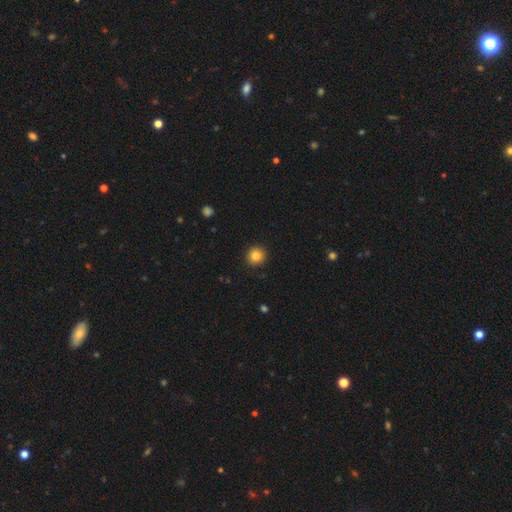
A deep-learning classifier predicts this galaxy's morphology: Smooth or featured? smooth (84%)
How rounded? round (94%)
Merging? none (93%)